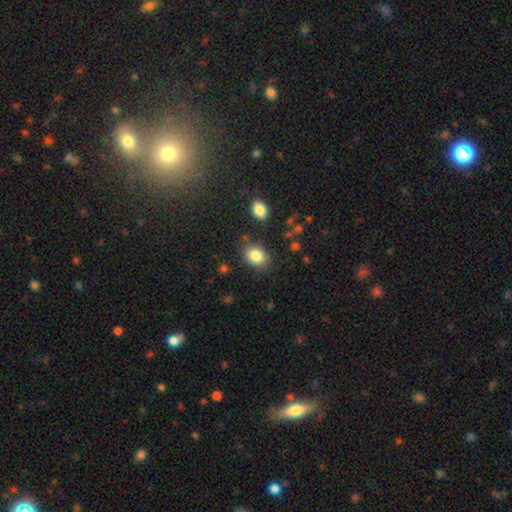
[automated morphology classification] Smooth or featured?
  - smooth: 84% *
  - star or artifact: 9%
  - featured or disk: 7%
How rounded?
  - in between: 72% *
  - round: 27%
  - cigar-shaped: 1%
Merging?
  - none: 81% *
  - minor disturbance: 12%
  - major disturbance: 4%
  - merger: 4%